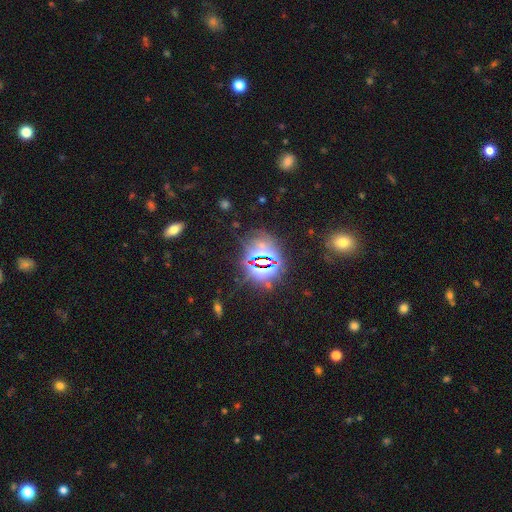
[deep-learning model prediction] smooth_or_featured: star or artifact (p=0.77) [alt: smooth p=0.13]